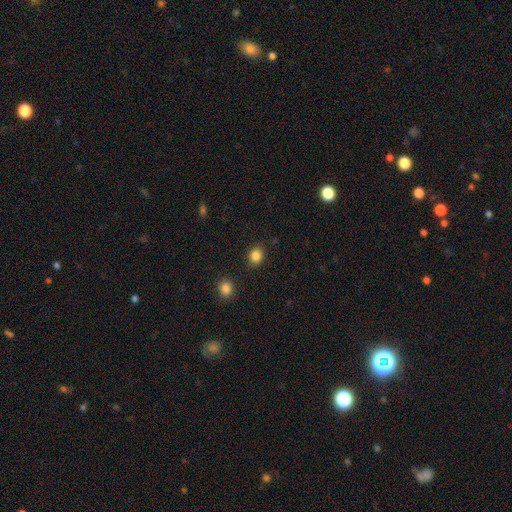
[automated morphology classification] smooth-or-featured: smooth: 85% | star or artifact: 11% | featured or disk: 4%
  how-rounded: round: 68% | in between: 32% | cigar-shaped: 1%
  merging: none: 87% | minor disturbance: 8% | major disturbance: 2% | merger: 2%